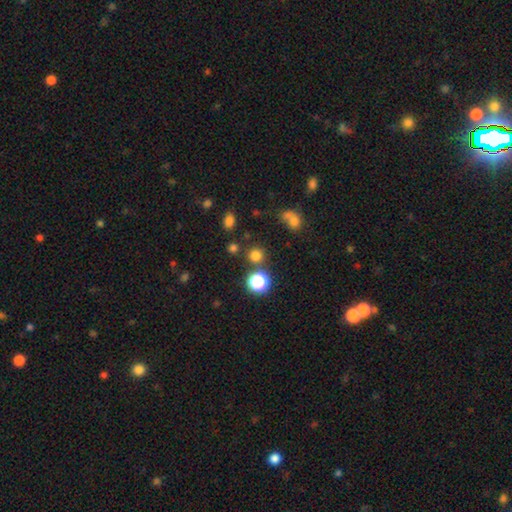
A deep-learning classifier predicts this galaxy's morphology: The model was most divided on "smooth or featured": smooth: 72%, star or artifact: 23%, featured or disk: 5%. More confident: how rounded — round (92%); merging — none (80%).